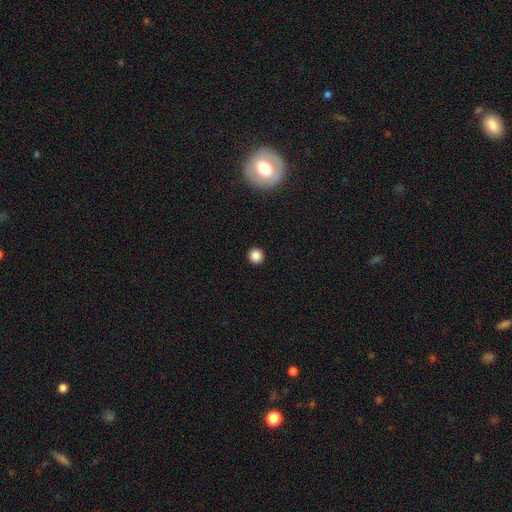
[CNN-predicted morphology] Smooth or featured? Predicted: smooth (p=0.86). How rounded? Predicted: round (p=0.96). Merging? Predicted: none (p=0.93).